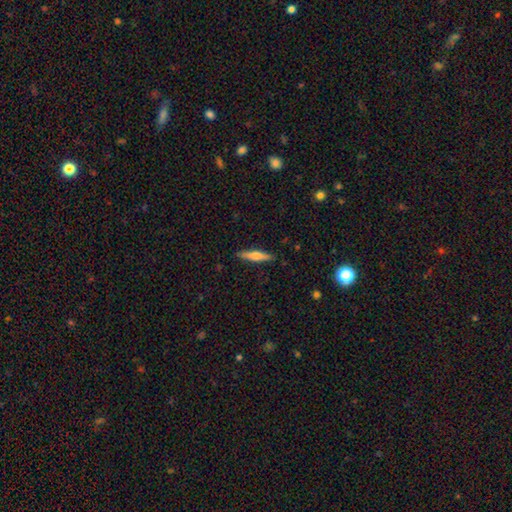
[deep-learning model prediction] smooth_or_featured: smooth (p=0.55) [alt: featured or disk p=0.39]
how_rounded: cigar-shaped (p=0.87) [alt: in between p=0.12]
merging: none (p=0.89) [alt: minor disturbance p=0.08]